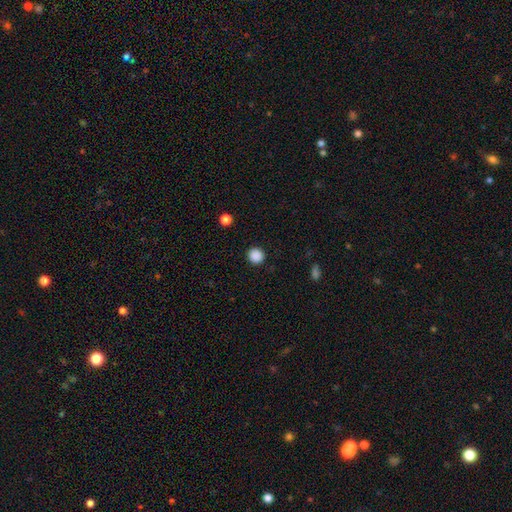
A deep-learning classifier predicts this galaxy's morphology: Smooth or featured? smooth (88%)
How rounded? round (93%)
Merging? none (92%)